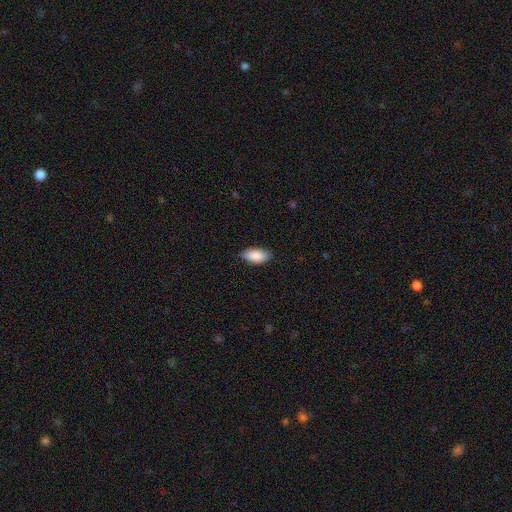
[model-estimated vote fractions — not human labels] The model was most divided on "merging": none: 86%, minor disturbance: 11%, major disturbance: 2%, merger: 1%. More confident: how rounded — in between (92%); smooth or featured — smooth (90%).